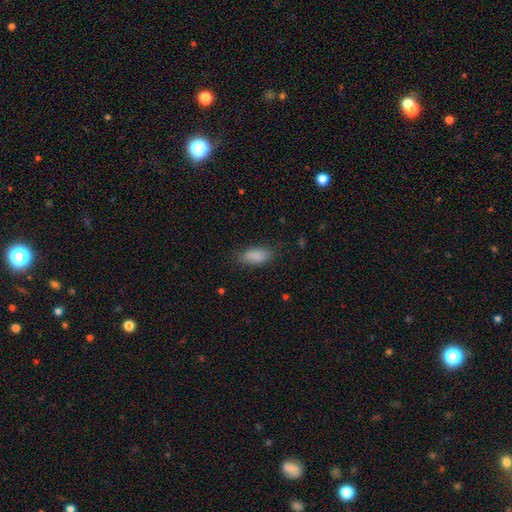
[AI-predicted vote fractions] Morphology: type=smooth (88%); roundness=in between (87%); merging=none (80%).